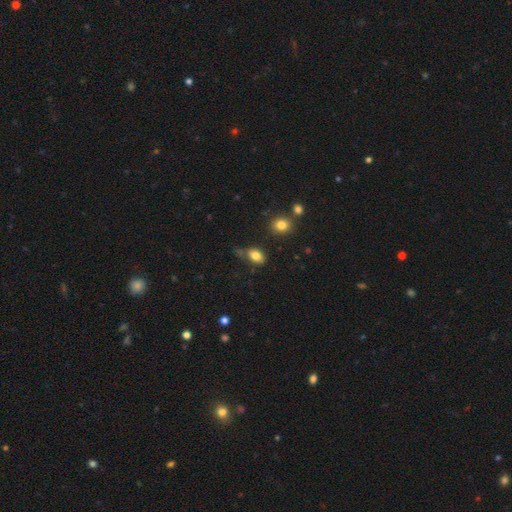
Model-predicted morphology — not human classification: This is clearly a smooth galaxy (81%). How rounded: clearly in between (84%). Merging: possibly none (57%).